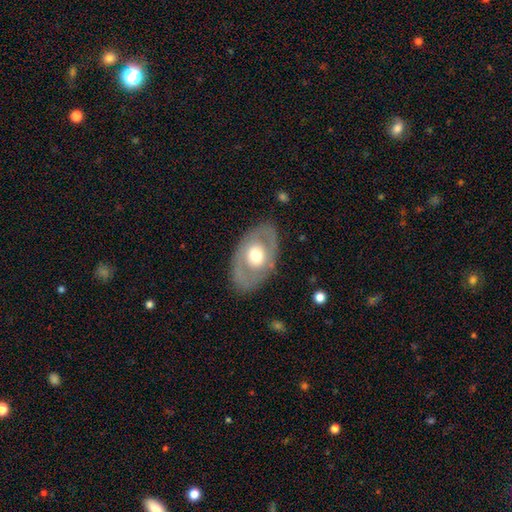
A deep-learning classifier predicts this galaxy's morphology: Overall: featured or disk (57%; smooth 38%). Edge-on disk: no (90%). Bar: no (82%). Spiral arms: no (81%). Bulge size: moderate (63%; large 26%). Merging: none (83%).